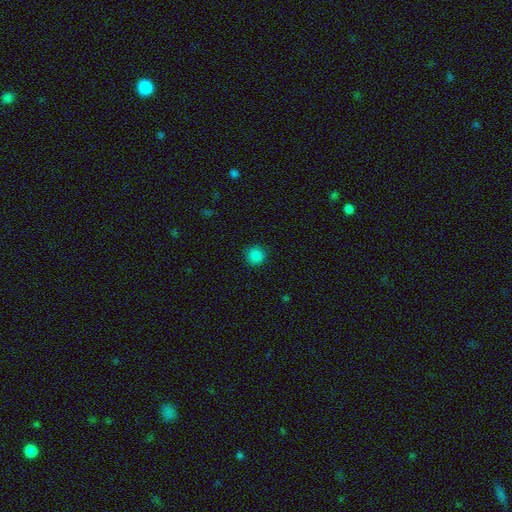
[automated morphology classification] type=smooth (85%); roundness=round (93%); merging=none (91%).